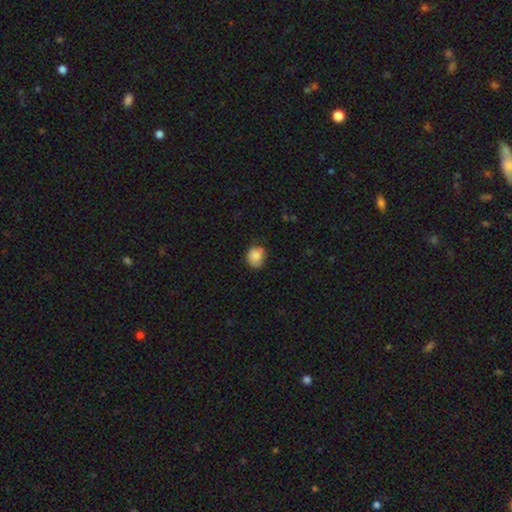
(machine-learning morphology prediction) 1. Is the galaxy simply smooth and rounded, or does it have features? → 82% smooth, 10% featured or disk, 8% star or artifact.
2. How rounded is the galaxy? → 69% round, 30% in between, 1% cigar-shaped.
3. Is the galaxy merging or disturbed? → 59% none, 32% minor disturbance, 7% major disturbance, 2% merger.